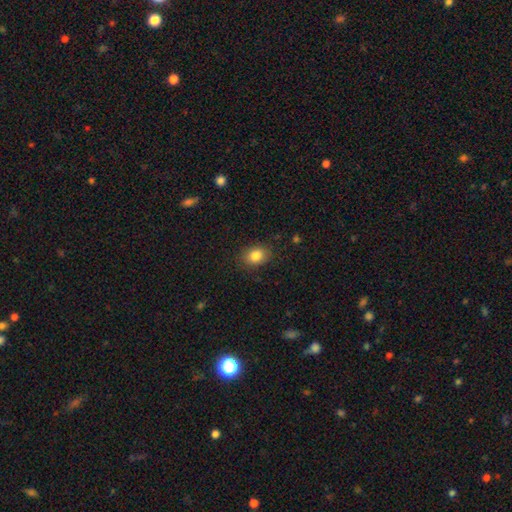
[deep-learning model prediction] smooth_or_featured: smooth (p=0.84) [alt: star or artifact p=0.09]
how_rounded: in between (p=0.64) [alt: round p=0.35]
merging: none (p=0.85) [alt: minor disturbance p=0.11]